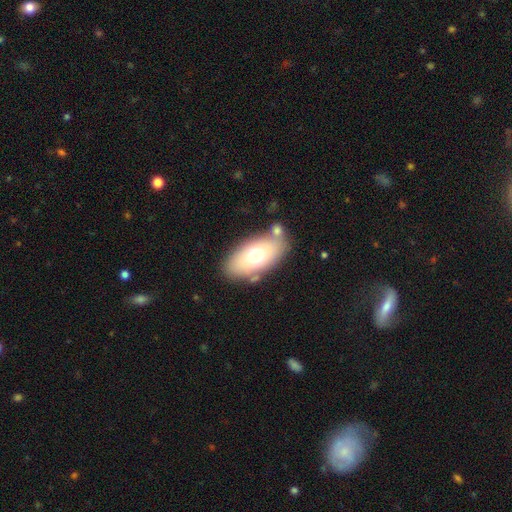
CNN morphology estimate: Smooth or featured?
  - smooth: 66% *
  - featured or disk: 26%
  - star or artifact: 8%
How rounded?
  - in between: 90% *
  - round: 5%
  - cigar-shaped: 4%
Merging?
  - none: 69% *
  - minor disturbance: 14%
  - merger: 12%
  - major disturbance: 5%